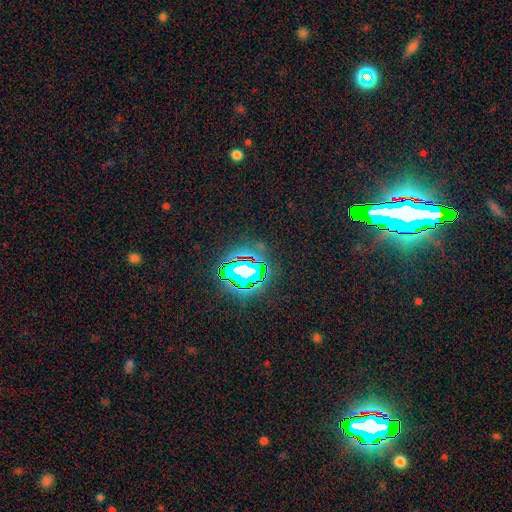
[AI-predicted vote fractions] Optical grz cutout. It shows a star or artifact, not a galaxy (83%).